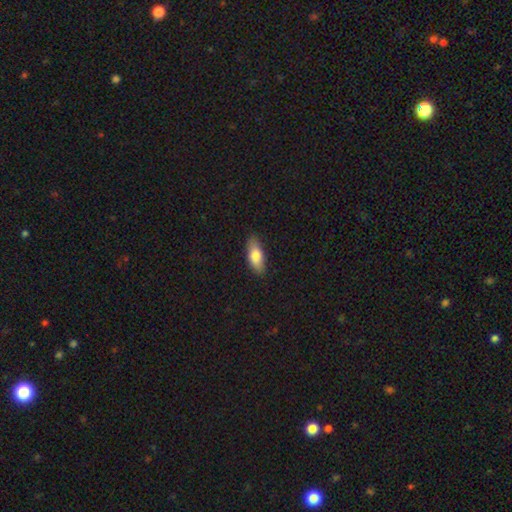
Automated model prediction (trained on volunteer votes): A smooth galaxy with no disk features (77%) that is in between round and cigar-shaped (77%).

Vote fractions:
- Smooth or featured? smooth: 77% / featured or disk: 17% / star or artifact: 6%
- How rounded? in between: 77% / cigar-shaped: 20% / round: 3%
- Merging? none: 86% / minor disturbance: 11% / major disturbance: 2% / merger: 1%